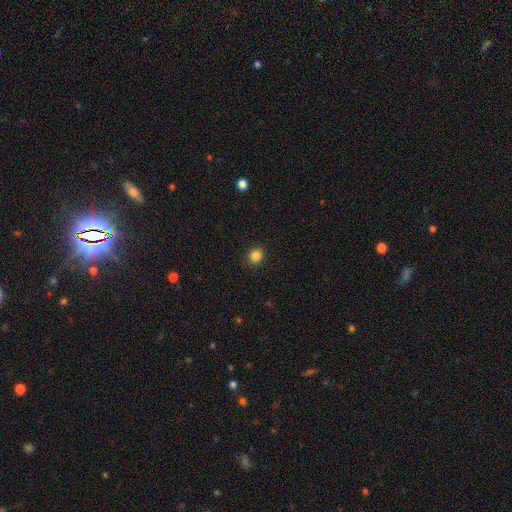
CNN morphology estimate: A smooth galaxy with no disk features (86%) that is round (79%). Merging: none (90%).